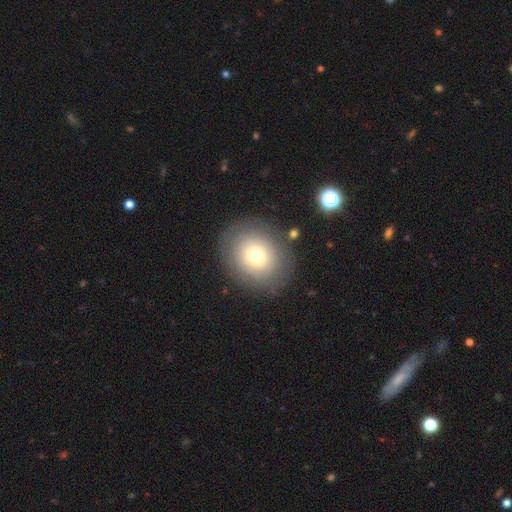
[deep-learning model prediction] smooth_or_featured: smooth (p=0.70) [alt: featured or disk p=0.20]
how_rounded: round (p=0.70) [alt: in between p=0.29]
merging: none (p=0.82) [alt: minor disturbance p=0.11]